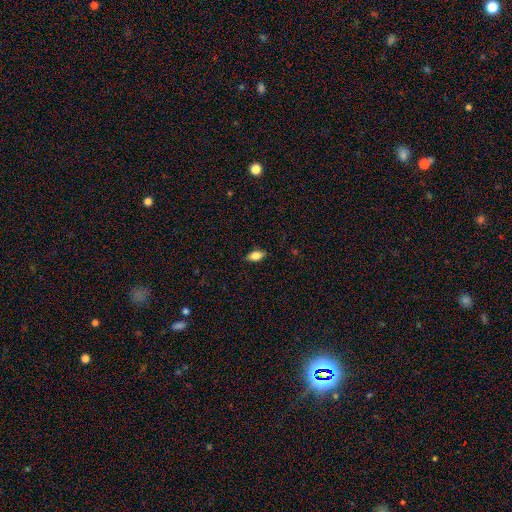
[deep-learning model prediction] smooth 75%, featured or disk 17%, star or artifact 8%. Down the decision tree: how rounded — in between (86%); merging — none (86%).